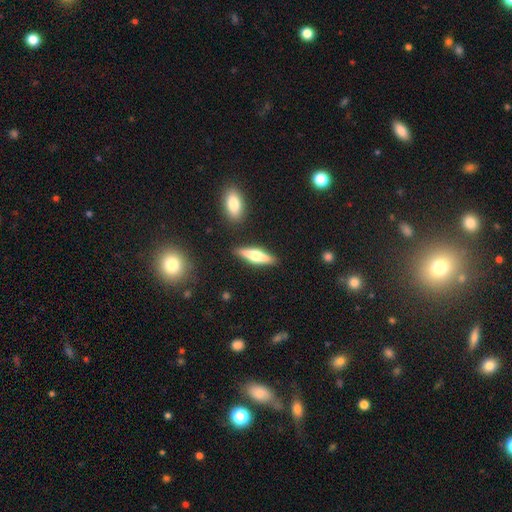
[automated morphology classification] Q: Smooth or featured?
A: featured or disk (51%); runner-up: smooth (43%)
Q: Edge-on disk?
A: yes (94%); runner-up: no (6%)
Q: Merging?
A: none (87%); runner-up: minor disturbance (8%)